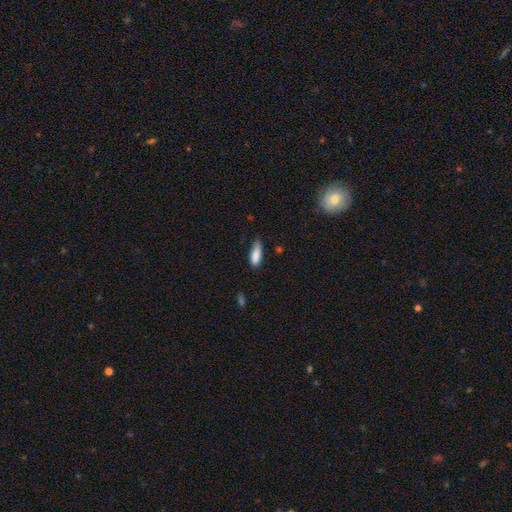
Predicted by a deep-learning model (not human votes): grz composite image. It shows a smooth galaxy with no disk features (86%) that is in between round and cigar-shaped (68%). Merging: none (60%).